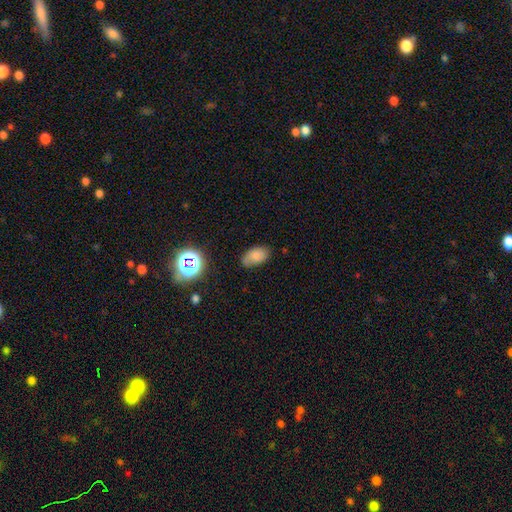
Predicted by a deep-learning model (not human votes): Smooth or featured? Predicted: smooth (p=0.78). How rounded? Predicted: in between (p=0.91). Merging? Predicted: none (p=0.71).